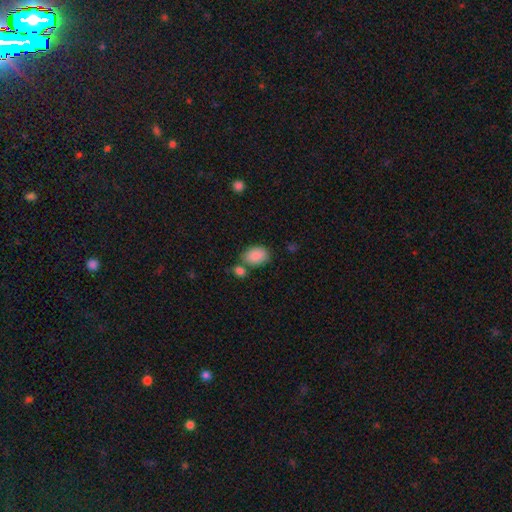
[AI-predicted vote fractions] This appears to be a smooth galaxy with no disk features (89%) that is in between round and cigar-shaped (83%). Merging: none (66%).